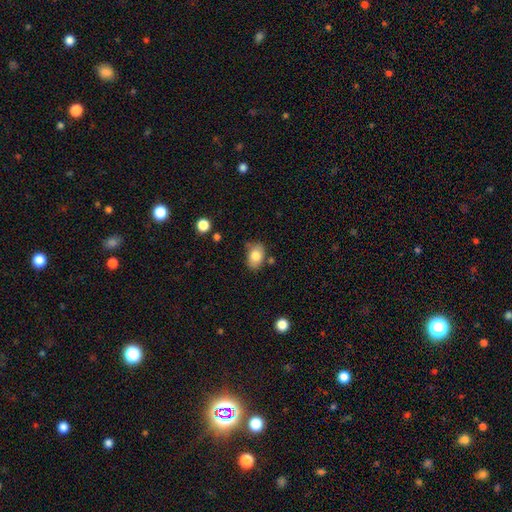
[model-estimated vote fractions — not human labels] Smooth or featured? Predicted: smooth (p=0.80). How rounded? Predicted: in between (p=0.79). Merging? Predicted: none (p=0.68).